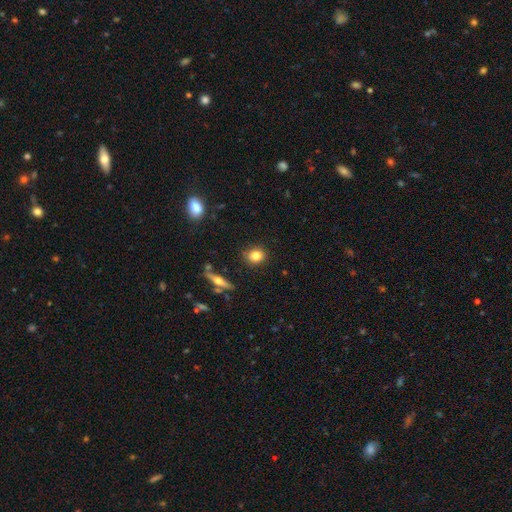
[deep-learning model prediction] The model was most divided on "how rounded": round: 72%, in between: 26%, cigar-shaped: 2%. More confident: merging — none (87%); smooth or featured — smooth (81%).